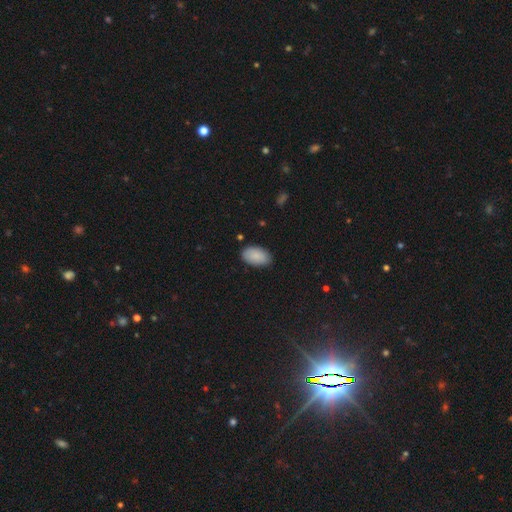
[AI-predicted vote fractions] A smooth galaxy with no disk features (89%) that is in between round and cigar-shaped (95%).

Vote fractions:
- Smooth or featured? smooth: 89% / star or artifact: 6% / featured or disk: 5%
- How rounded? in between: 95% / round: 4% / cigar-shaped: 1%
- Merging? none: 84% / minor disturbance: 12% / major disturbance: 2% / merger: 1%